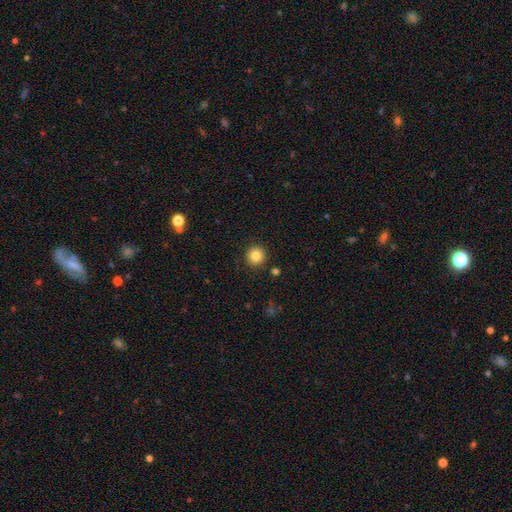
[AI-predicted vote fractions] The model was most divided on "smooth or featured": smooth: 84%, star or artifact: 11%, featured or disk: 6%. More confident: how rounded — round (95%); merging — none (91%).